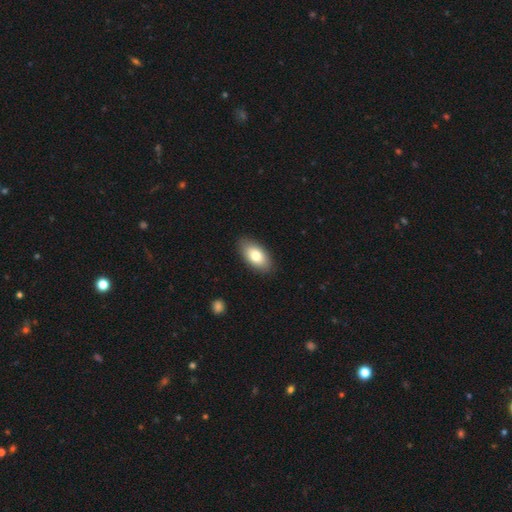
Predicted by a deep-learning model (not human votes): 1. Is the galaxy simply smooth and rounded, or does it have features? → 79% smooth, 15% featured or disk, 7% star or artifact.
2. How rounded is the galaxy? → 93% in between, 4% cigar-shaped, 4% round.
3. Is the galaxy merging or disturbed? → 88% none, 9% minor disturbance, 2% major disturbance, 1% merger.